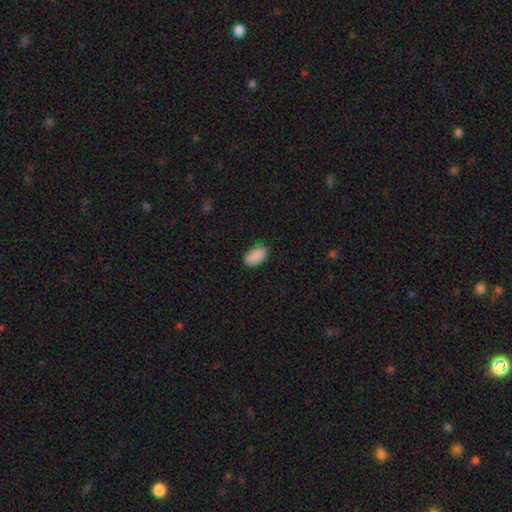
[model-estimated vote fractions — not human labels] A smooth galaxy with no disk features (89%) that is in between round and cigar-shaped (94%).

Vote fractions:
- Smooth or featured? smooth: 89% / star or artifact: 7% / featured or disk: 3%
- How rounded? in between: 94% / round: 5% / cigar-shaped: 2%
- Merging? none: 80% / minor disturbance: 16% / major disturbance: 3% / merger: 1%